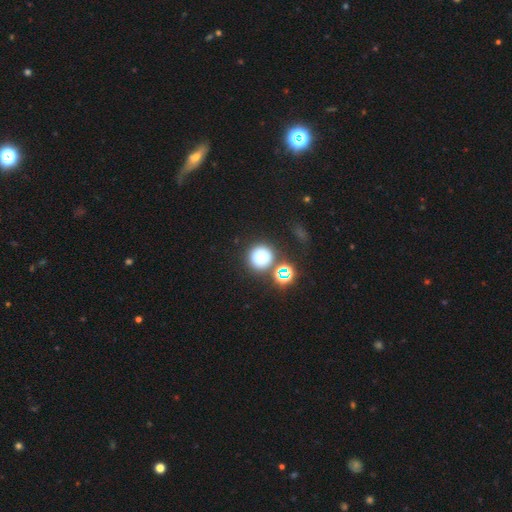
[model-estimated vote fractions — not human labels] Q: Smooth or featured?
A: smooth (68%); runner-up: star or artifact (23%)
Q: How rounded?
A: round (91%); runner-up: in between (8%)
Q: Merging?
A: none (74%); runner-up: merger (15%)